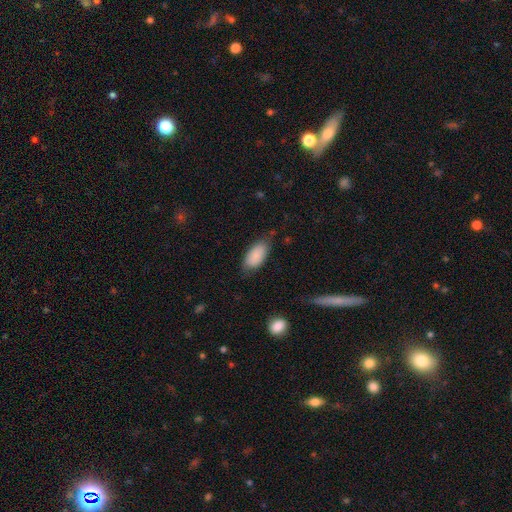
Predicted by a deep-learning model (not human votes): Smooth or featured?
  - smooth: 86% *
  - featured or disk: 7%
  - star or artifact: 6%
How rounded?
  - in between: 92% *
  - cigar-shaped: 5%
  - round: 3%
Merging?
  - none: 66% *
  - minor disturbance: 25%
  - major disturbance: 7%
  - merger: 2%